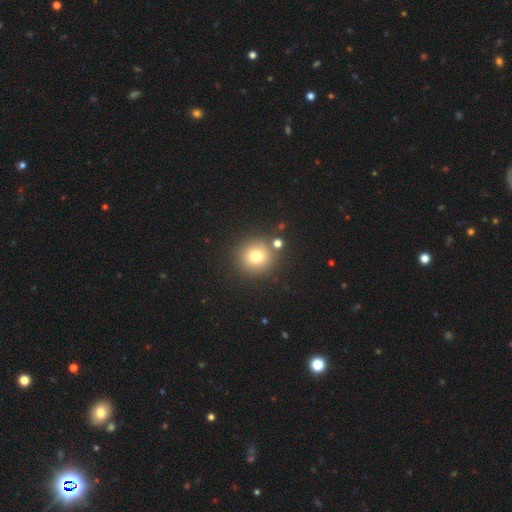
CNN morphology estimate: Smooth or featured: smooth — 77% (star or artifact — 14%)
How rounded: round — 91% (in between — 8%)
Merging: none — 82% (minor disturbance — 8%)